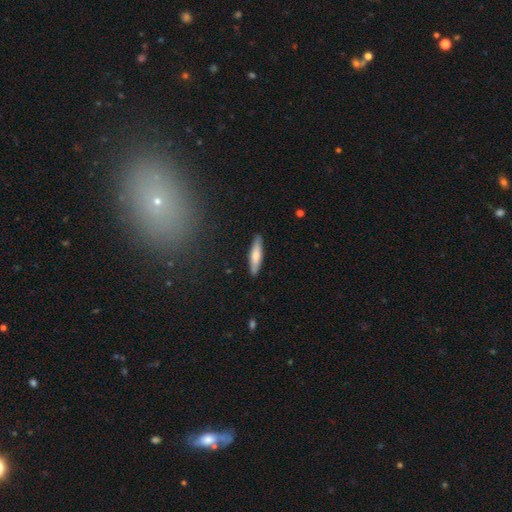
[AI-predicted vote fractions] Smooth or featured? smooth (71%)
How rounded? cigar-shaped (80%)
Merging? none (89%)